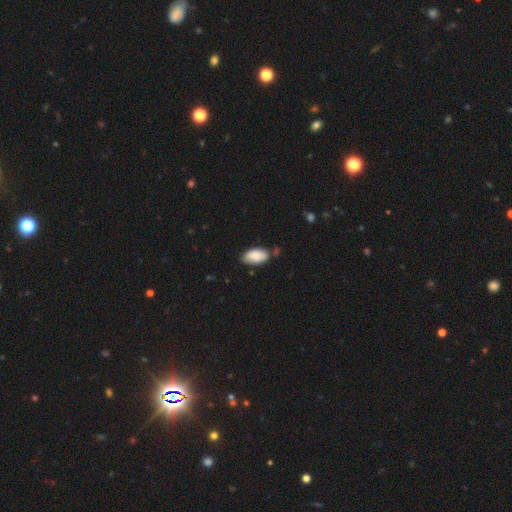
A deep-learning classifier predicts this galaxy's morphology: This appears to be a smooth galaxy with no disk features (86%) that is in between round and cigar-shaped (95%). Merging: none (69%).